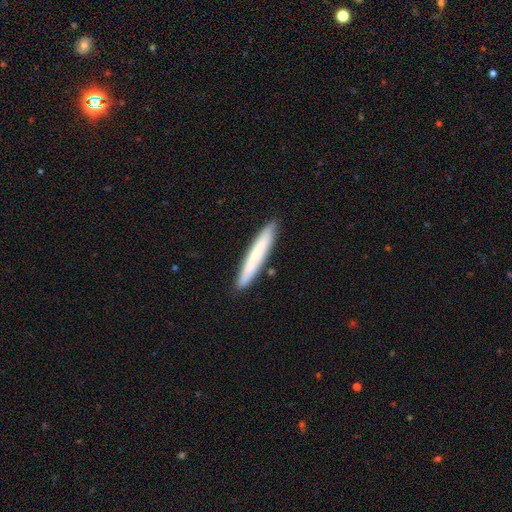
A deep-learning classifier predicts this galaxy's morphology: smooth_or_featured: smooth (p=0.68) [alt: featured or disk p=0.26]
how_rounded: cigar-shaped (p=0.95) [alt: in between p=0.04]
merging: none (p=0.90) [alt: minor disturbance p=0.08]